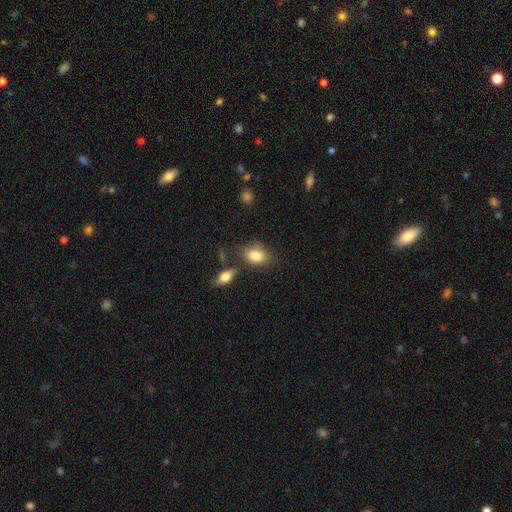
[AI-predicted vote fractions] Smooth or featured? Predicted: smooth (p=0.83). How rounded? Predicted: in between (p=0.79). Merging? Predicted: none (p=0.70).